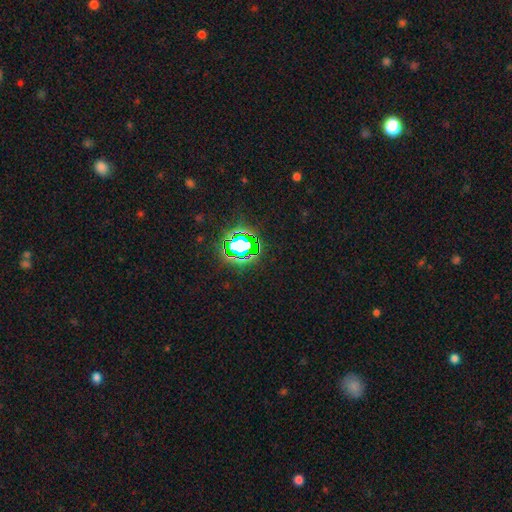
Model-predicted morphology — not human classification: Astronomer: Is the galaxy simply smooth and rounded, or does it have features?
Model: star or artifact — 78%.